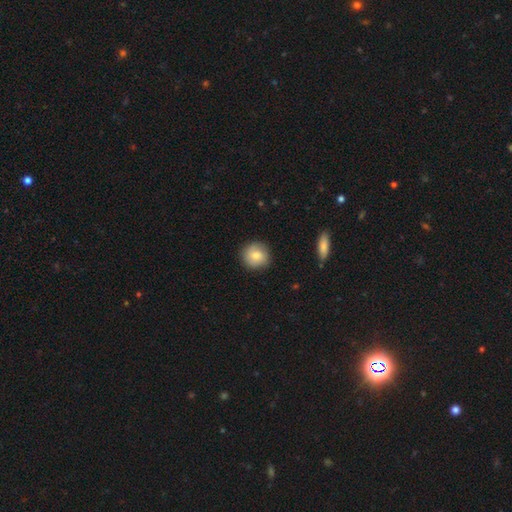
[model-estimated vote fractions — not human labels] Morphology: type=smooth (79%); roundness=round (93%); merging=none (87%).